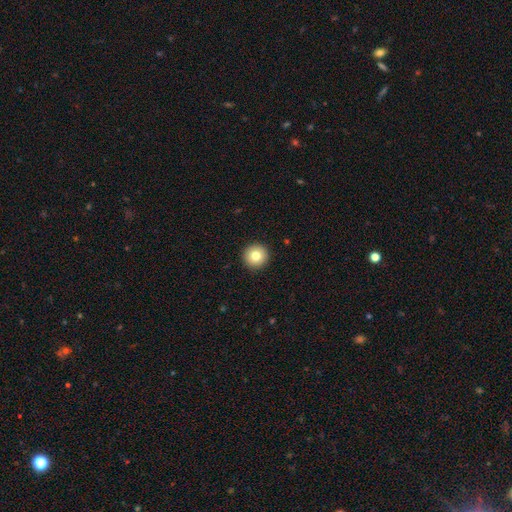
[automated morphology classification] A smooth galaxy with no disk features (80%) that is round (96%).

Vote fractions:
- Smooth or featured? smooth: 80% / star or artifact: 10% / featured or disk: 10%
- How rounded? round: 96% / in between: 3% / cigar-shaped: 1%
- Merging? none: 93% / minor disturbance: 4% / major disturbance: 1% / merger: 1%